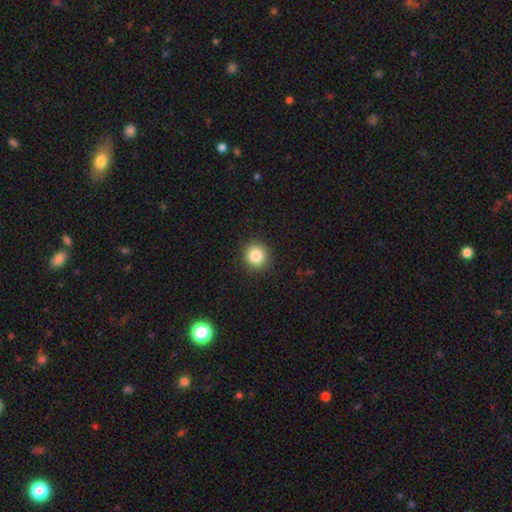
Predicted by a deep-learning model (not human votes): A smooth galaxy with no disk features (85%) that is round (92%).

Vote fractions:
- Smooth or featured? smooth: 85% / star or artifact: 10% / featured or disk: 5%
- How rounded? round: 92% / in between: 7% / cigar-shaped: 1%
- Merging? none: 91% / minor disturbance: 6% / major disturbance: 2% / merger: 1%